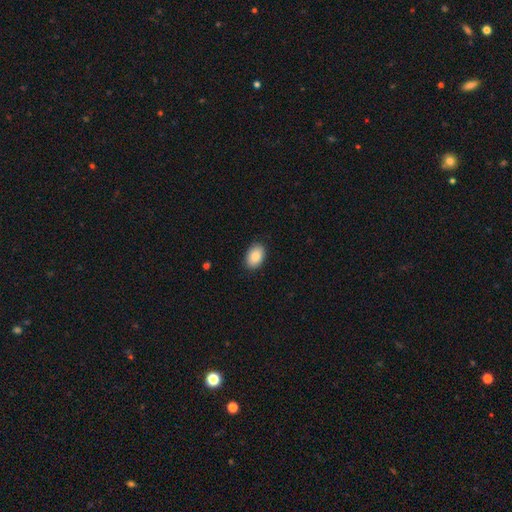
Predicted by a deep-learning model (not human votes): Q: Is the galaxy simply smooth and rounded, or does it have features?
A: smooth — 88%.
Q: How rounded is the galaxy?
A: in between — 87%.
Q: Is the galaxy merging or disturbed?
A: none — 89%.